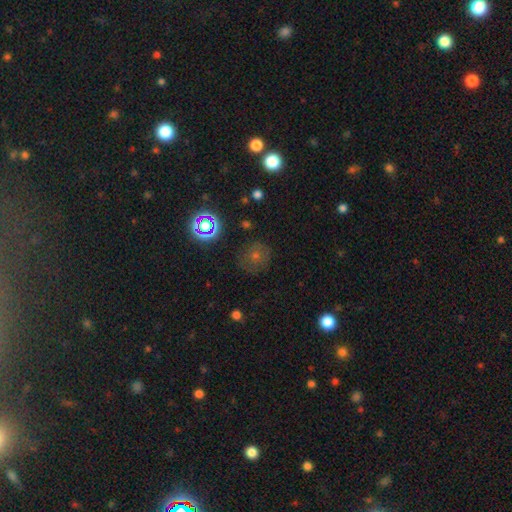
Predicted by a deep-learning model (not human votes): smooth-or-featured: smooth: 46% | star or artifact: 36% | featured or disk: 19%
  merging: none: 81% | minor disturbance: 12% | major disturbance: 5% | merger: 2%